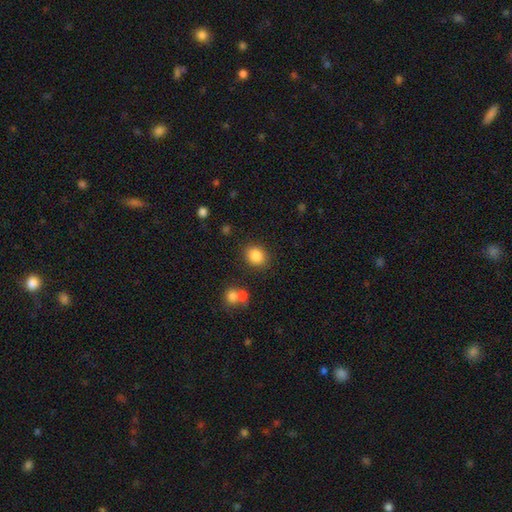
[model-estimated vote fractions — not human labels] A smooth galaxy with no disk features (86%) that is round (62%). Merging: none (84%).